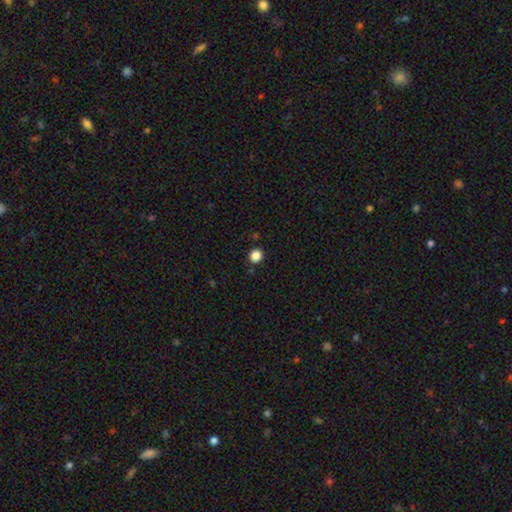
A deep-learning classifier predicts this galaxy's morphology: Overall: smooth (85%). How rounded: round (92%). Merging: none (89%).